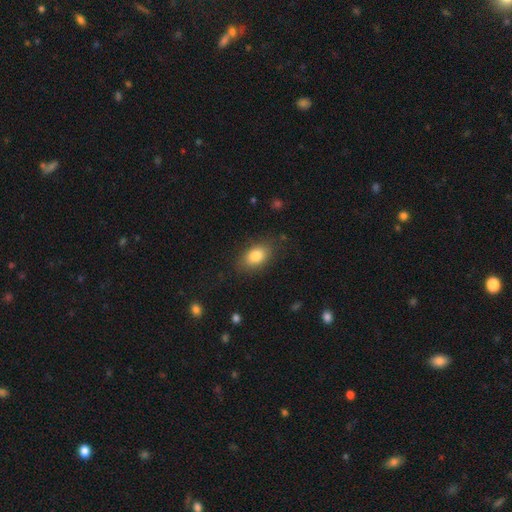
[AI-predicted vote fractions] Smooth or featured? smooth (83%)
How rounded? in between (86%)
Merging? none (82%)